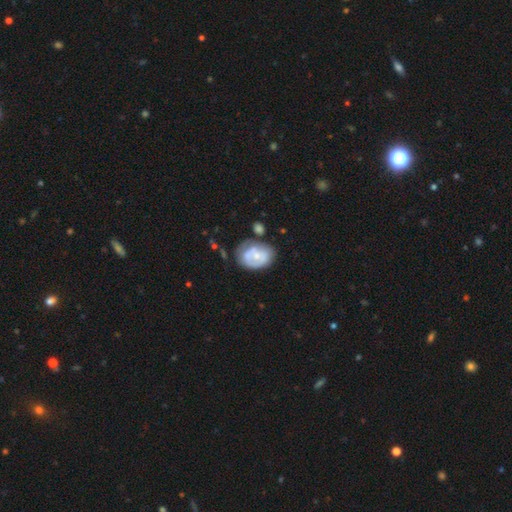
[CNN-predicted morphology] Smooth or featured? featured or disk (49%)
Merging? none (43%)